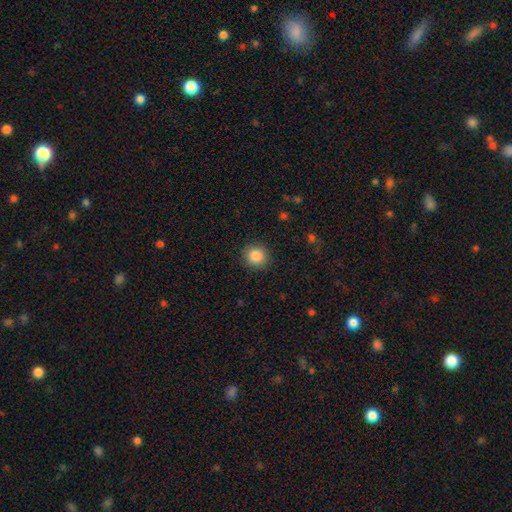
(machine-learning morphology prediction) A smooth galaxy with no disk features (86%) that is round (92%). Merging: none (91%).